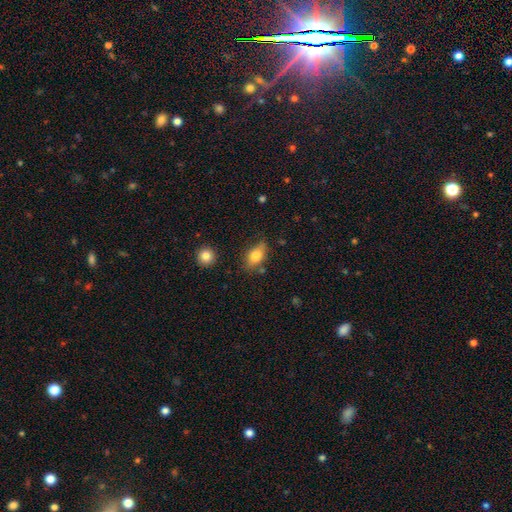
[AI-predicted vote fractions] A smooth galaxy with no disk features (78%) that is in between round and cigar-shaped (84%).

Vote fractions:
- Smooth or featured? smooth: 78% / featured or disk: 14% / star or artifact: 8%
- How rounded? in between: 84% / round: 10% / cigar-shaped: 5%
- Merging? none: 70% / minor disturbance: 21% / major disturbance: 5% / merger: 4%